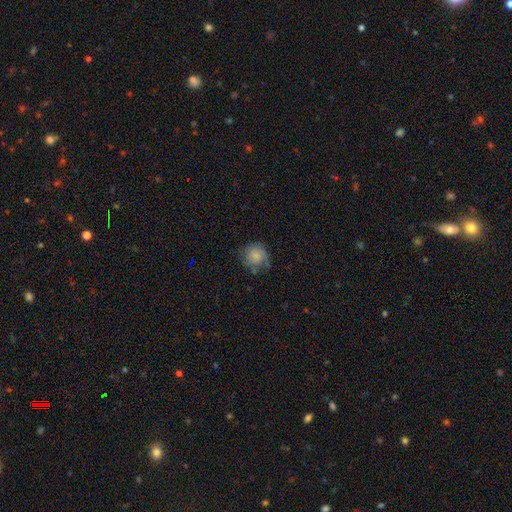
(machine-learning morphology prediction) This appears to be a smooth galaxy with no disk features (74%) that is round (84%). Merging: none (62%).